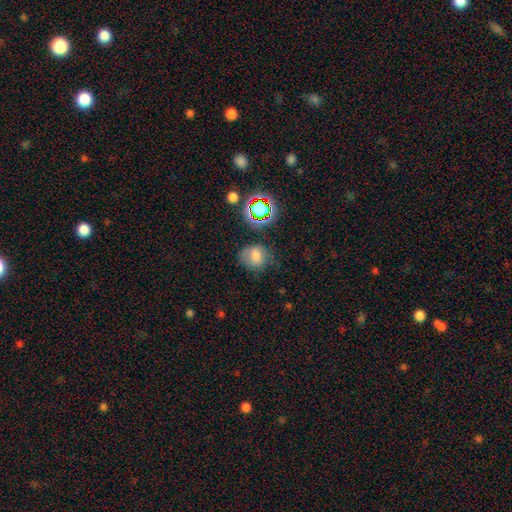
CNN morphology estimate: This appears to be a smooth galaxy with no disk features (70%) that is round (61%). Merging: none (58%).